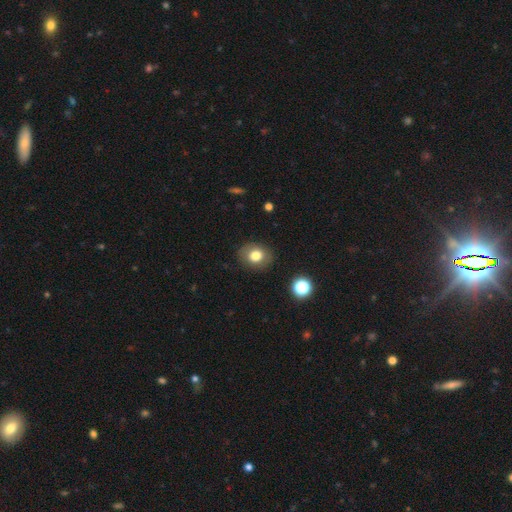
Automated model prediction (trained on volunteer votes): This appears to be a smooth galaxy with no disk features (78%) that is round (59%). Merging: none (86%).